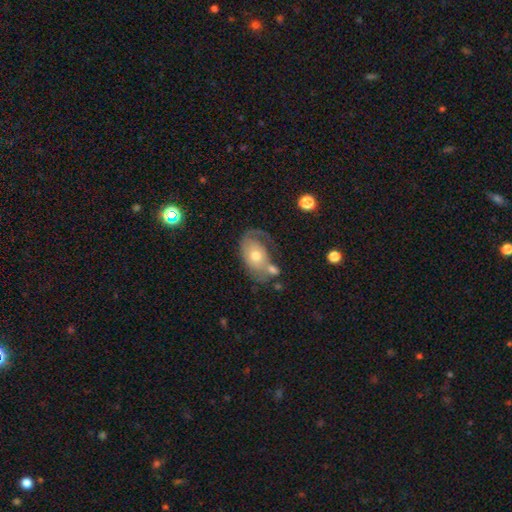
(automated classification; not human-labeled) smooth-or-featured: featured or disk: 55% | smooth: 38% | star or artifact: 7%
  disk-edge-on: no: 95% | yes: 5%
    bar: no: 81% | weak: 15% | strong: 3%
    has-spiral-arms: yes: 69% | no: 31%
    bulge-size: moderate: 66% | small: 25% | large: 7% | none: 2% | dominant: 1%
  merging: none: 35% | major disturbance: 27% | minor disturbance: 20% | merger: 19%